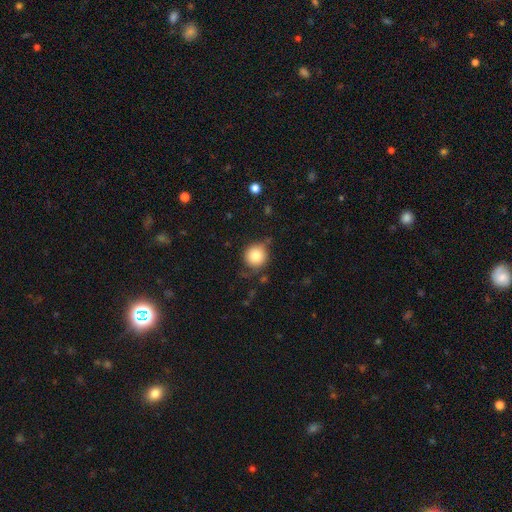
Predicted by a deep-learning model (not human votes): The model was most divided on "merging": none: 70%, minor disturbance: 21%, major disturbance: 6%, merger: 3%. More confident: how rounded — round (91%); smooth or featured — smooth (83%).